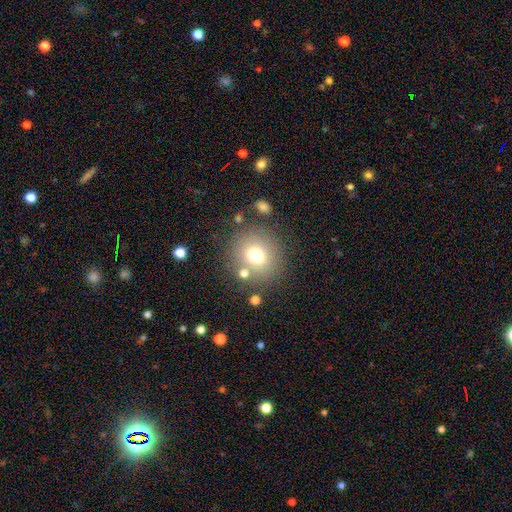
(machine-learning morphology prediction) type=smooth (70%); roundness=round (88%); merging=none (77%).